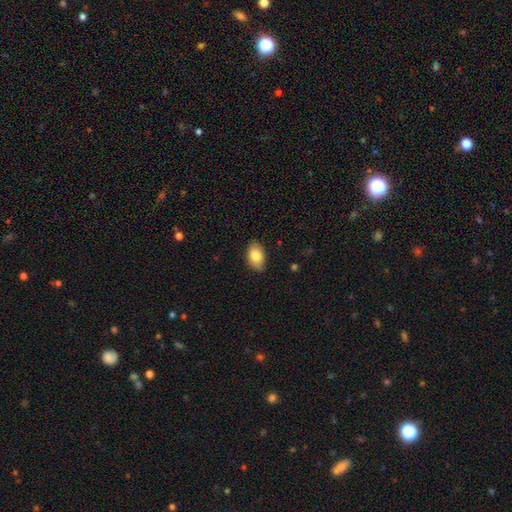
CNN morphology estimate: The model was most divided on "merging": none: 83%, minor disturbance: 14%, major disturbance: 2%, merger: 1%. More confident: how rounded — in between (91%); smooth or featured — smooth (82%).